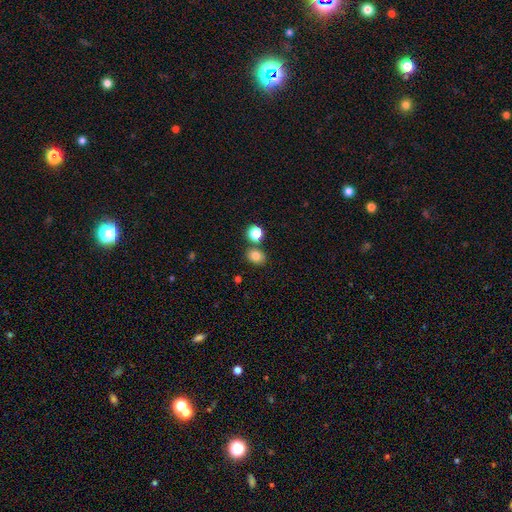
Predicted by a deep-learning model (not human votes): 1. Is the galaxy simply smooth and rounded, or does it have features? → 81% smooth, 12% star or artifact, 7% featured or disk.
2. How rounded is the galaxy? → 50% in between, 49% round, 1% cigar-shaped.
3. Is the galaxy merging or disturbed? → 71% none, 16% merger, 10% minor disturbance, 3% major disturbance.